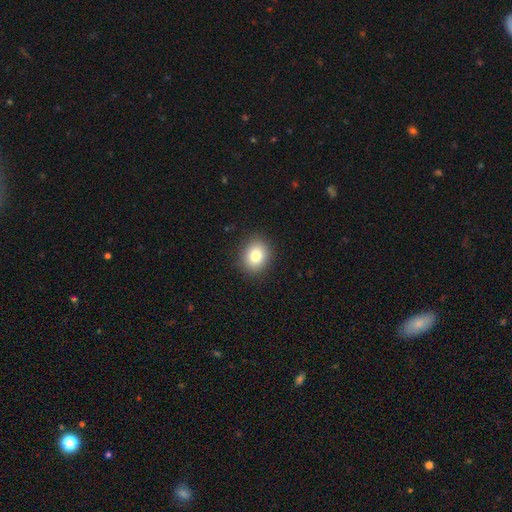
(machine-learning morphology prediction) A smooth galaxy with no disk features (81%) that is round (64%).

Vote fractions:
- Smooth or featured? smooth: 81% / star or artifact: 10% / featured or disk: 8%
- How rounded? round: 64% / in between: 35% / cigar-shaped: 1%
- Merging? none: 89% / minor disturbance: 7% / major disturbance: 2% / merger: 1%